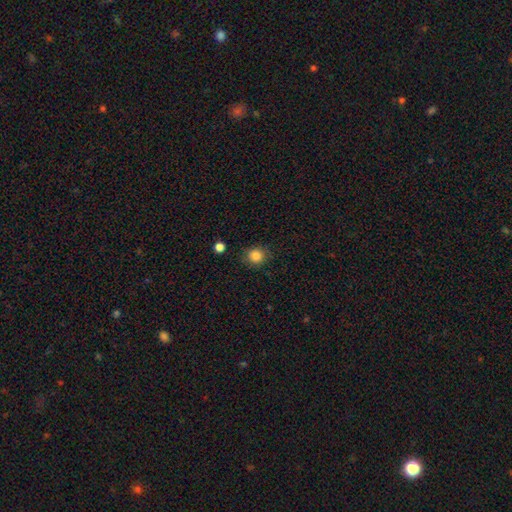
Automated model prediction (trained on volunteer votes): smooth-or-featured: smooth: 85% | star or artifact: 11% | featured or disk: 4%
  how-rounded: round: 85% | in between: 14% | cigar-shaped: 1%
  merging: none: 83% | minor disturbance: 12% | major disturbance: 3% | merger: 2%